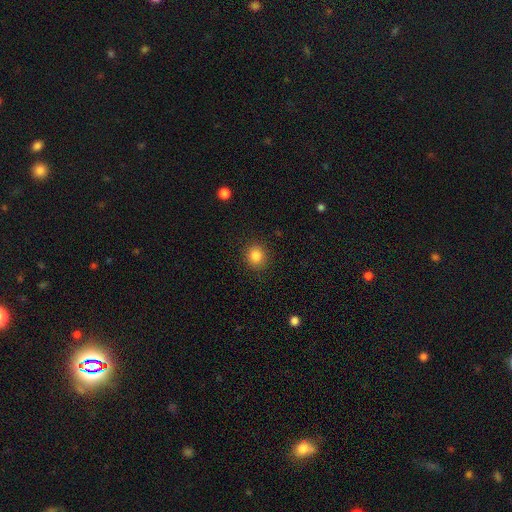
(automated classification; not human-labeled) The model was most divided on "smooth or featured": smooth: 84%, star or artifact: 11%, featured or disk: 5%. More confident: merging — none (90%); how rounded — round (87%).